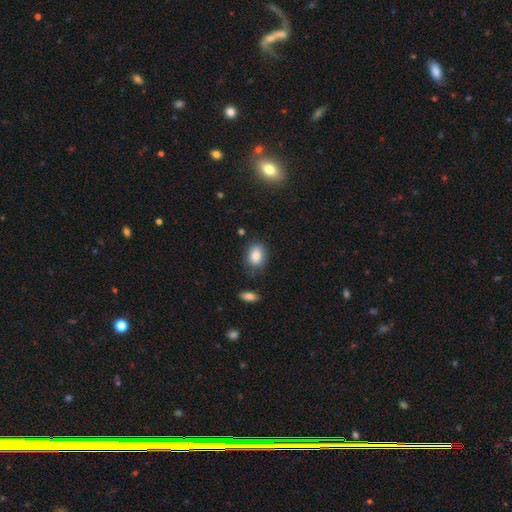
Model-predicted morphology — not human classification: A smooth galaxy with no disk features (86%) that is in between round and cigar-shaped (73%).

Vote fractions:
- Smooth or featured? smooth: 86% / star or artifact: 8% / featured or disk: 6%
- How rounded? in between: 73% / round: 25% / cigar-shaped: 1%
- Merging? none: 78% / minor disturbance: 15% / major disturbance: 4% / merger: 3%